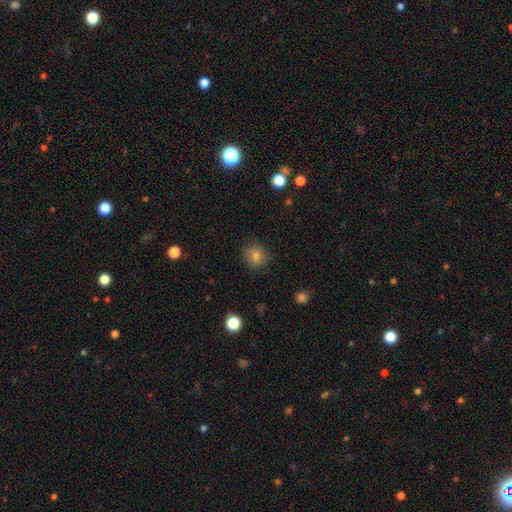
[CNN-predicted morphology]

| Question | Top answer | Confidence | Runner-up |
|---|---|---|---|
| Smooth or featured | smooth | 74% | star or artifact (17%) |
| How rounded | round | 85% | in between (14%) |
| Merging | none | 86% | minor disturbance (10%) |